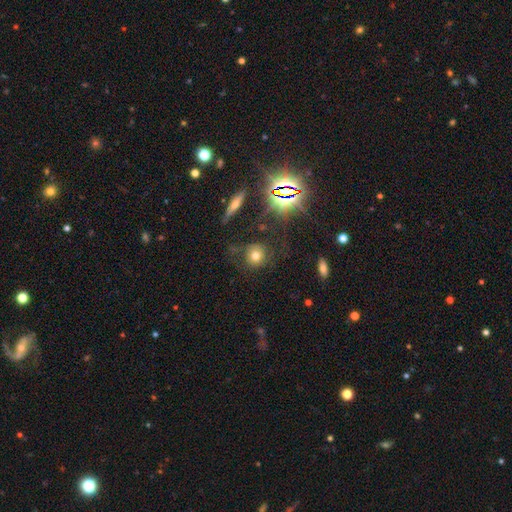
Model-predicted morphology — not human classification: type=smooth (60%); roundness=round (85%); merging=none (70%).